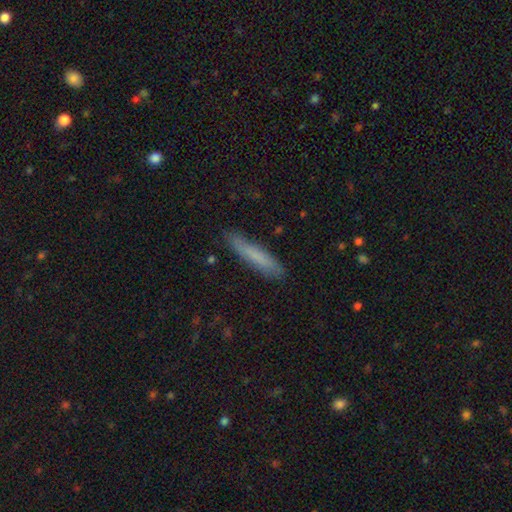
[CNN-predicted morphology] Smooth or featured? smooth (73%)
How rounded? cigar-shaped (92%)
Merging? none (85%)